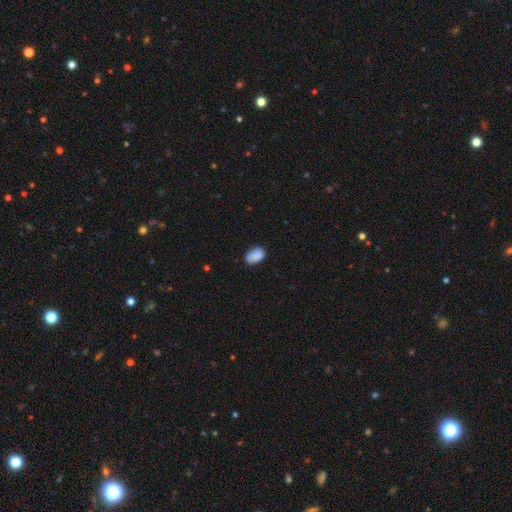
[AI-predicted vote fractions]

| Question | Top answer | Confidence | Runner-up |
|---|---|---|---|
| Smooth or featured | smooth | 83% | featured or disk (9%) |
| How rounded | in between | 84% | round (15%) |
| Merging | none | 73% | minor disturbance (21%) |